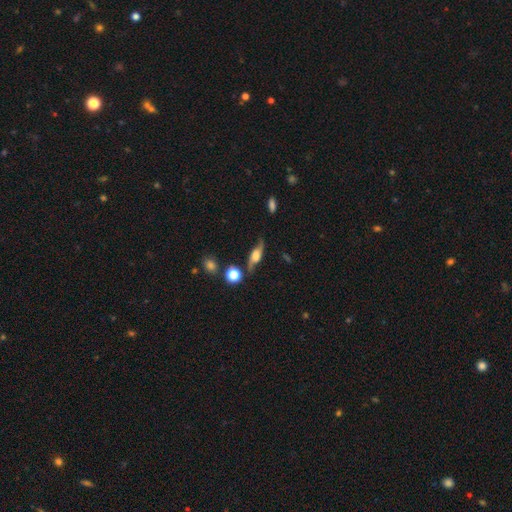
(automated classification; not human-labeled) This is likely a featured or disk galaxy (66%). It is possibly not viewed edge-on (51%). Merging: likely none (71%).